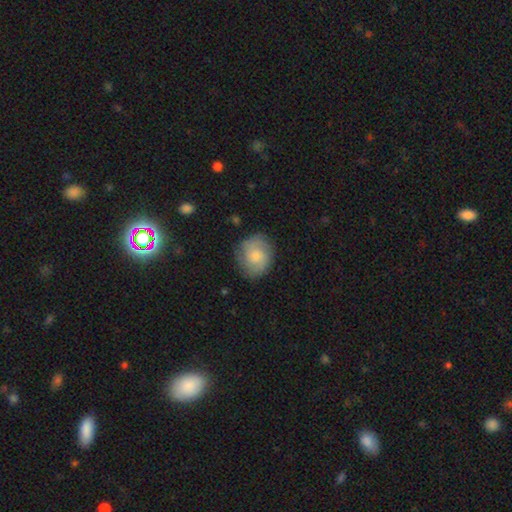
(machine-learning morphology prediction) A smooth galaxy with no disk features (51%) that is round (71%). Merging: none (77%).